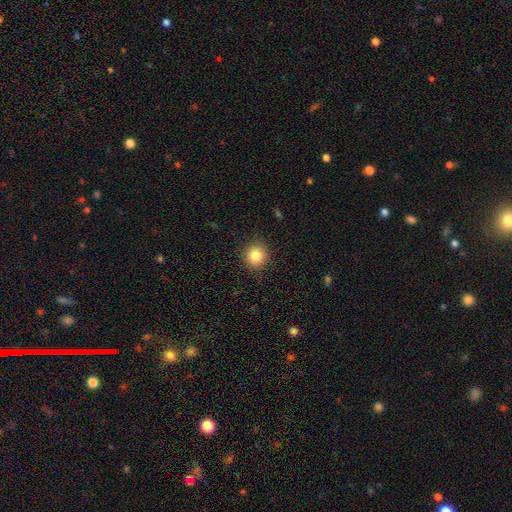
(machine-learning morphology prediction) This is clearly a smooth galaxy (83%). How rounded: clearly round (91%). Merging: clearly none (90%).